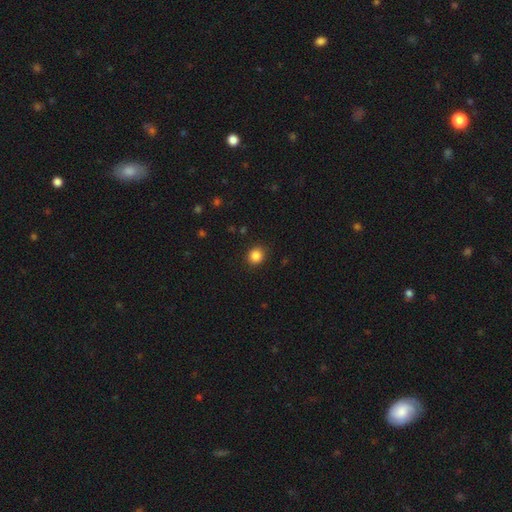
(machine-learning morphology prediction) Q: Smooth or featured?
A: smooth (85%); runner-up: star or artifact (11%)
Q: How rounded?
A: round (84%); runner-up: in between (15%)
Q: Merging?
A: none (90%); runner-up: minor disturbance (7%)